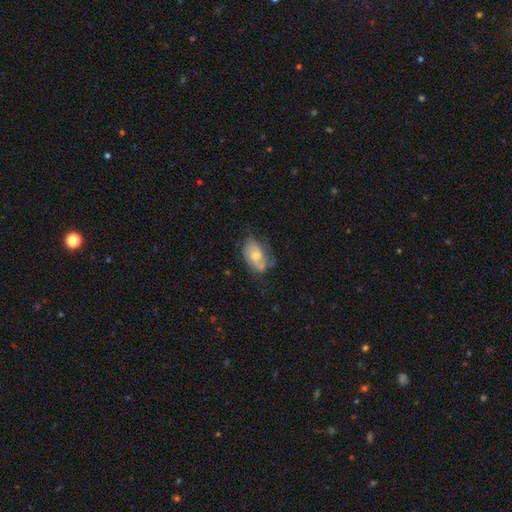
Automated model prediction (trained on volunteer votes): Overall: smooth (52%; featured or disk 40%). How rounded: in between (89%). Merging: none (43%; minor disturbance 33%).